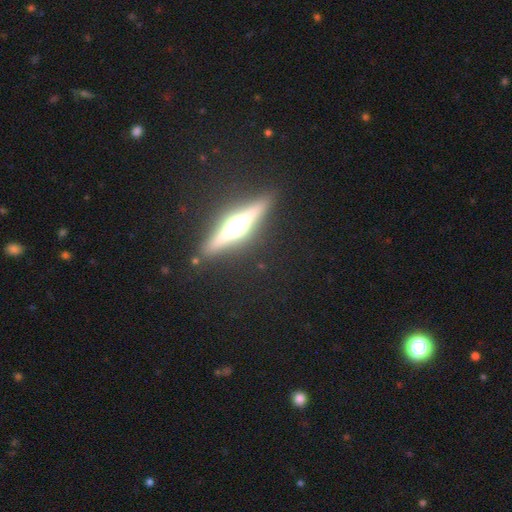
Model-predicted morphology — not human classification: A featured or disk galaxy (80%) viewed edge-on (97%) with a rounded central bulge (91%).

Vote fractions:
- Smooth or featured? featured or disk: 80% / smooth: 13% / star or artifact: 7%
- Edge-on disk? yes: 97% / no: 3%
- Edge-on bulge? rounded: 91% / boxy: 5% / none: 3%
- Merging? none: 88% / minor disturbance: 8% / major disturbance: 2% / merger: 1%